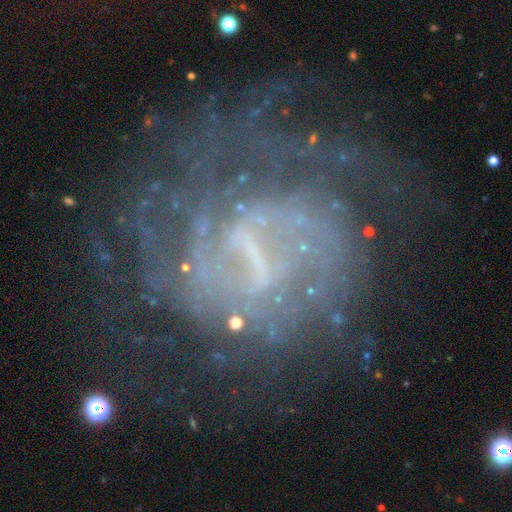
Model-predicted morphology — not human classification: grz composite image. It shows a featured or disk galaxy (78%) with a weak bar (47%), tight (47%) spiral arms (76%) and no central bulge (47%). Merging: none (57%).